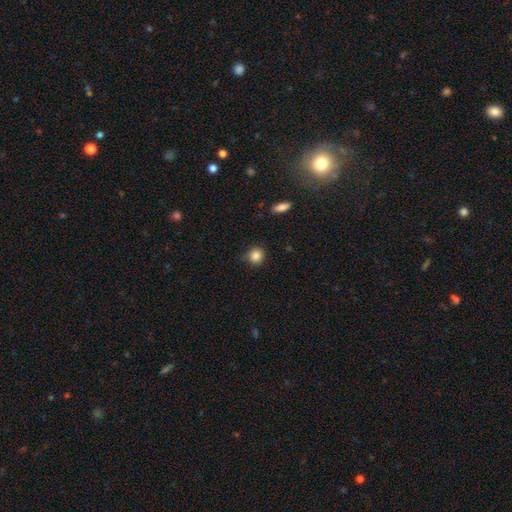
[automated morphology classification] Smooth or featured? Predicted: smooth (p=0.85). How rounded? Predicted: round (p=0.89). Merging? Predicted: none (p=0.76).